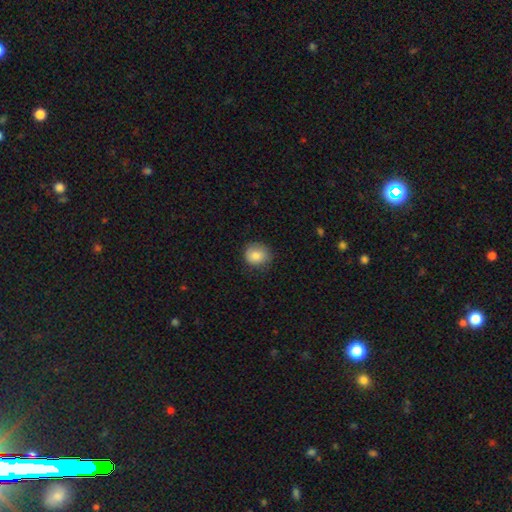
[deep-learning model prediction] Smooth or featured? smooth (84%)
How rounded? round (80%)
Merging? none (76%)